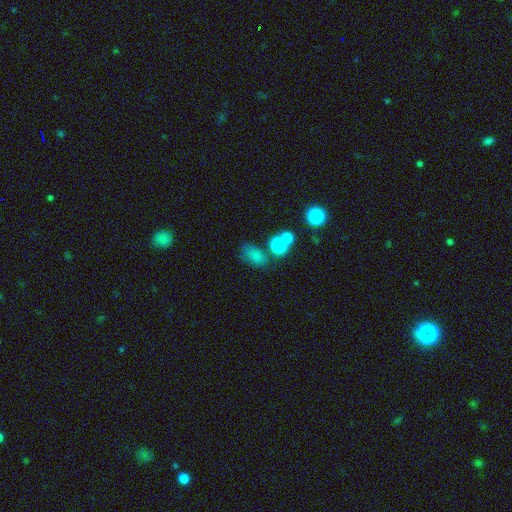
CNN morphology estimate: A smooth galaxy with no disk features (72%) that is in between round and cigar-shaped (77%). Merging: none (51%).